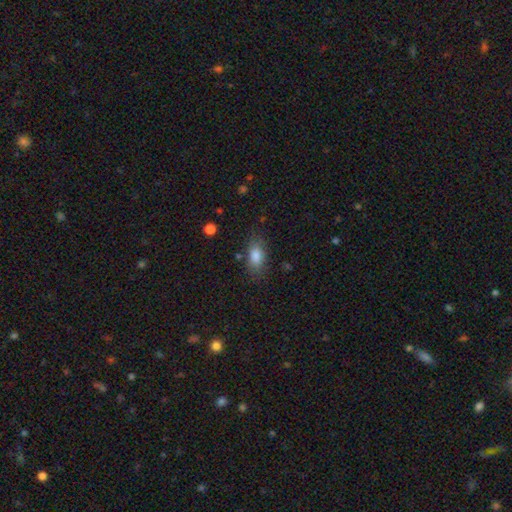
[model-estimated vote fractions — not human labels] The model was most divided on "merging": none: 75%, minor disturbance: 17%, major disturbance: 5%, merger: 2%. More confident: how rounded — in between (88%); smooth or featured — smooth (83%).